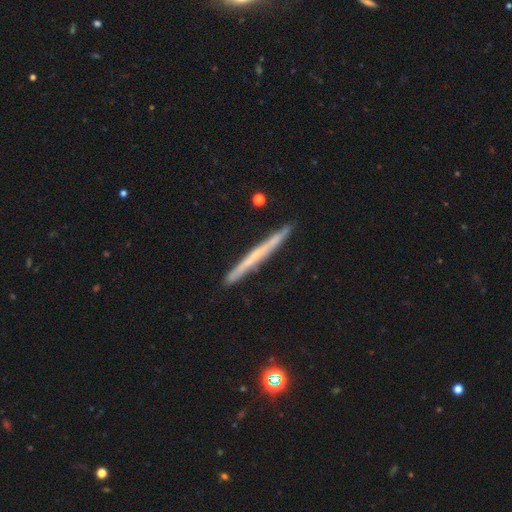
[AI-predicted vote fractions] Smooth or featured? Predicted: featured or disk (p=0.62). Edge-on disk? Predicted: yes (p=0.97). Edge-on bulge? Predicted: none (p=0.71). Merging? Predicted: none (p=0.89).